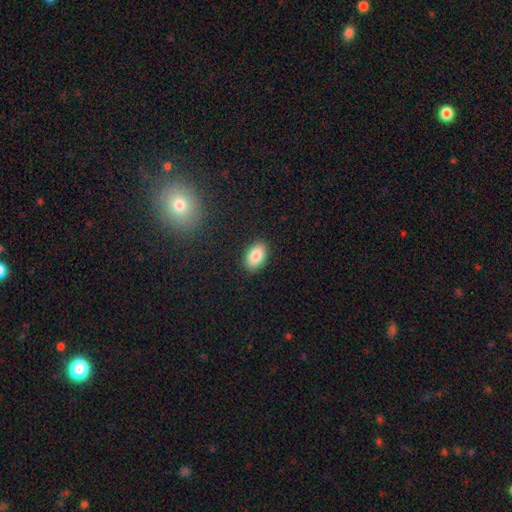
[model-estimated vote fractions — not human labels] smooth 86%, star or artifact 7%, featured or disk 7%. Down the decision tree: how rounded — in between (92%); merging — none (89%).